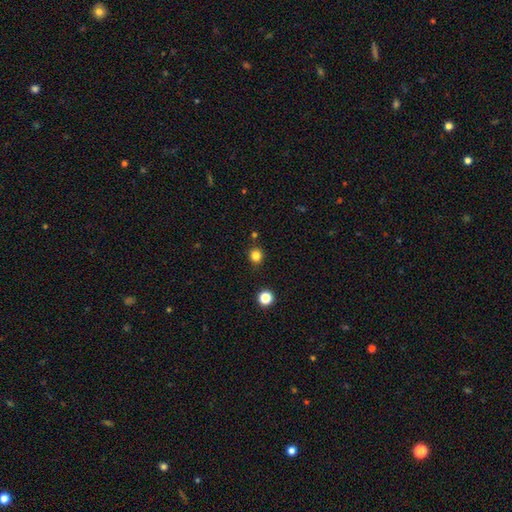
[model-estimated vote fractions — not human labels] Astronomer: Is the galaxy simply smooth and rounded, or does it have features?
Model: smooth — 82%.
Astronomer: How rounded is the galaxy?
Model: round — 90%.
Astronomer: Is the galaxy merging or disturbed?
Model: none — 89%.